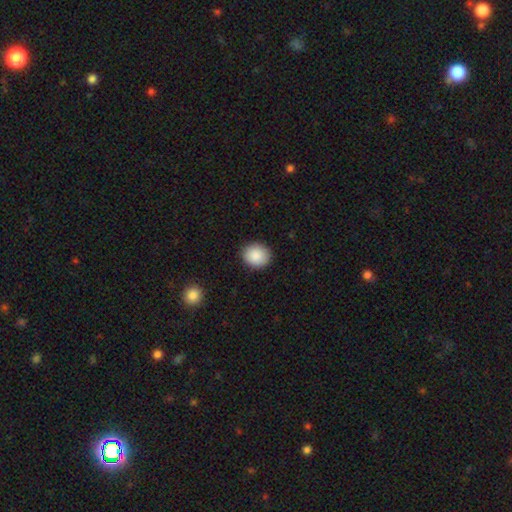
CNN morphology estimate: Smooth or featured? Predicted: smooth (p=0.89). How rounded? Predicted: round (p=0.79). Merging? Predicted: none (p=0.90).